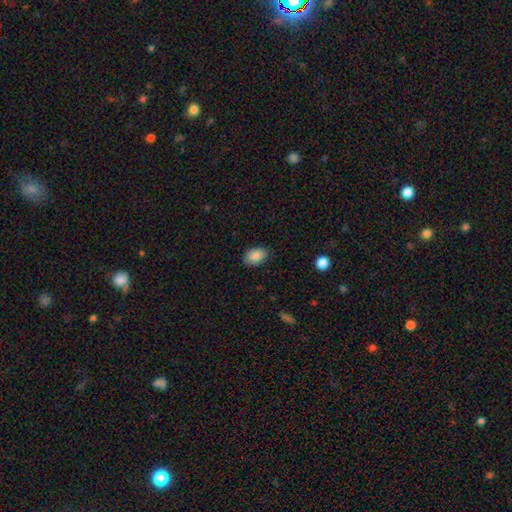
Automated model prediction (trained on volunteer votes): The model was most divided on "merging": none: 83%, minor disturbance: 13%, major disturbance: 3%, merger: 1%. More confident: smooth or featured — smooth (88%); how rounded — in between (85%).